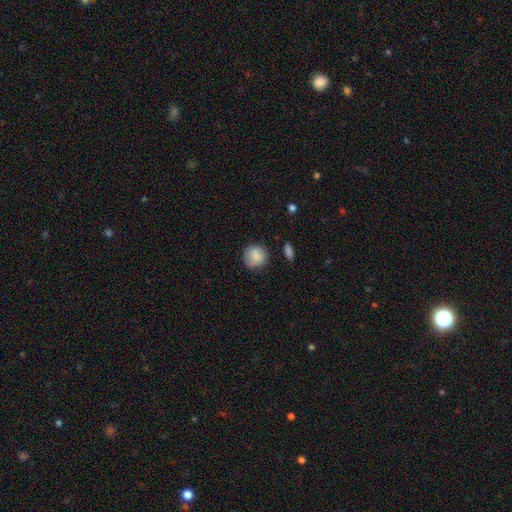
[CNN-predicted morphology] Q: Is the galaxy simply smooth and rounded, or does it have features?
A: smooth — 86%.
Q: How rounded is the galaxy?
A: round — 90%.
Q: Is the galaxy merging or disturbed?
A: none — 80%.